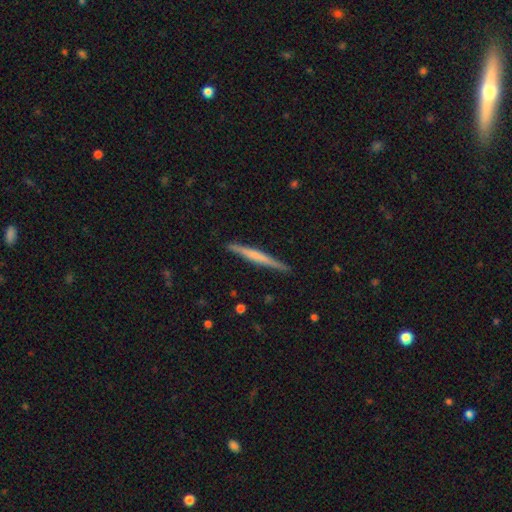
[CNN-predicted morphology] This is possibly a featured or disk galaxy (50%). It is clearly viewed edge-on (97%). Merging: clearly none (90%).